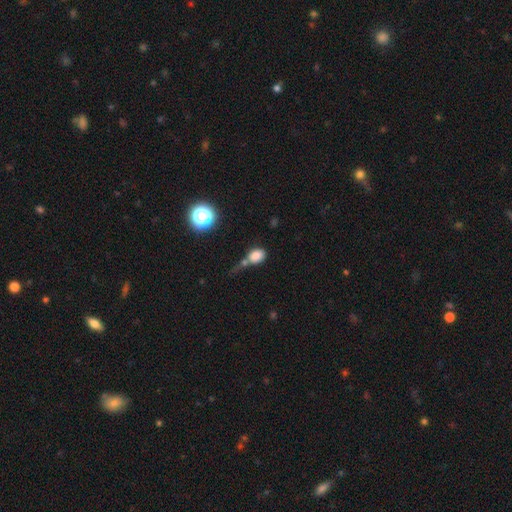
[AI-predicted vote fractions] Morphology: type=smooth (79%); roundness=in between (66%); merging=none (37%).